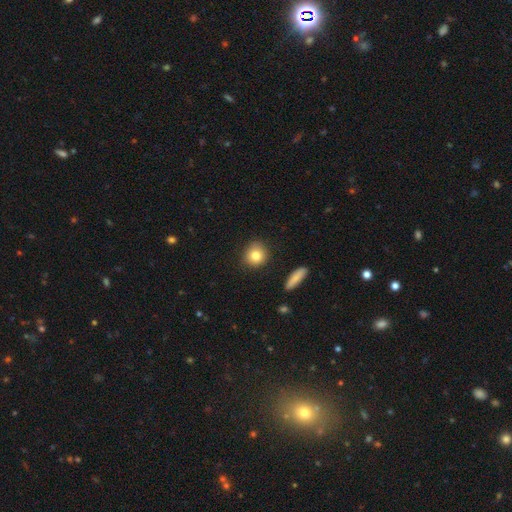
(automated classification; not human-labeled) Q: Smooth or featured?
A: smooth (82%); runner-up: featured or disk (9%)
Q: How rounded?
A: round (84%); runner-up: in between (14%)
Q: Merging?
A: none (86%); runner-up: minor disturbance (10%)